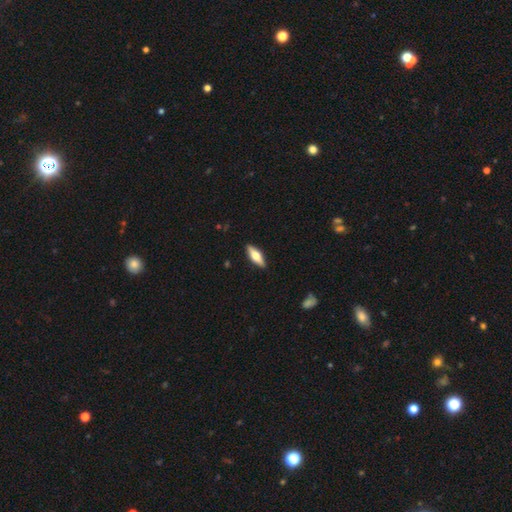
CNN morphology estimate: smooth_or_featured: smooth (p=0.48) [alt: featured or disk p=0.46]
merging: none (p=0.89) [alt: minor disturbance p=0.08]